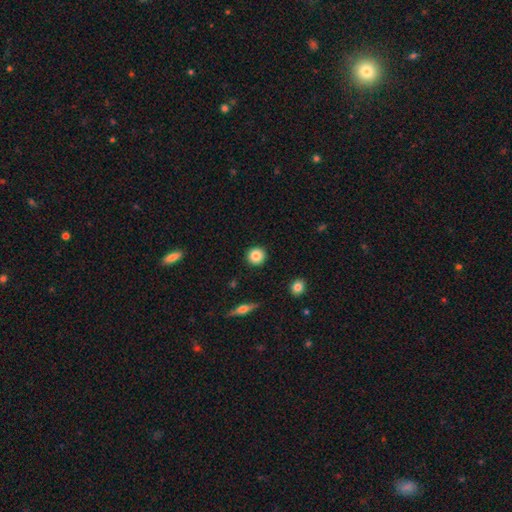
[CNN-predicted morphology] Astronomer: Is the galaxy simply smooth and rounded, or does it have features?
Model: smooth — 84%.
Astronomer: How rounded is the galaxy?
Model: round — 94%.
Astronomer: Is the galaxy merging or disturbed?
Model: none — 92%.